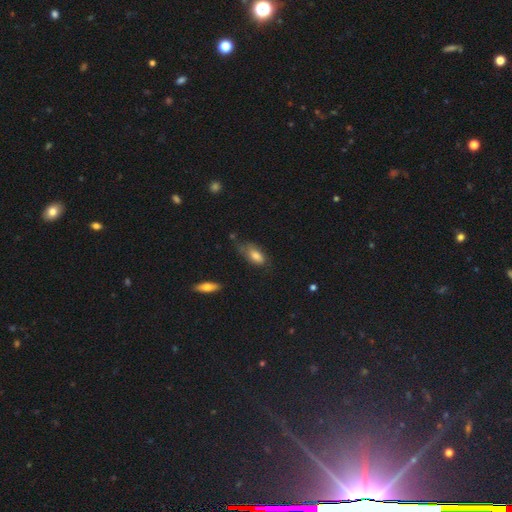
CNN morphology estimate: Smooth or featured? smooth (77%)
How rounded? in between (85%)
Merging? none (42%)